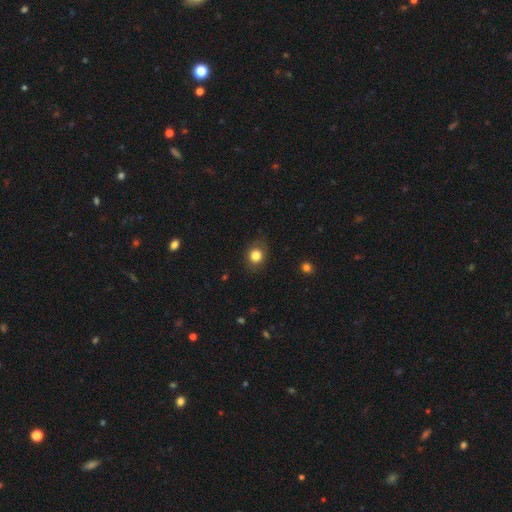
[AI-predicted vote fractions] smooth 83%, star or artifact 10%, featured or disk 7%. Down the decision tree: how rounded — round (71%); merging — none (81%).